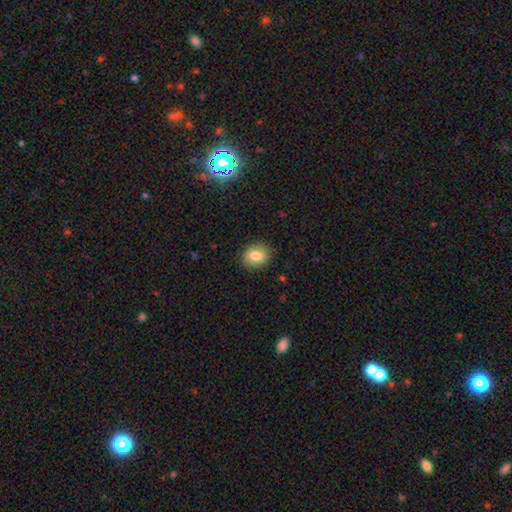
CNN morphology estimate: Overall: smooth (82%). How rounded: round (54%; in between 45%). Merging: none (88%).